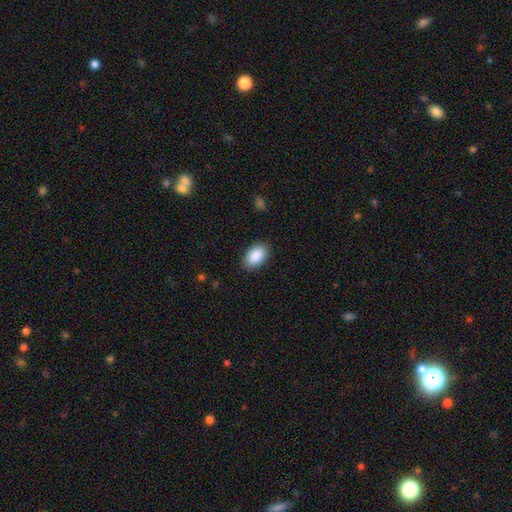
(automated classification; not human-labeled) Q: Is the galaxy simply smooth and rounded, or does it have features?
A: smooth — 90%.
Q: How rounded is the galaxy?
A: in between — 94%.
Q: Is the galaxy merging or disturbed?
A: none — 87%.